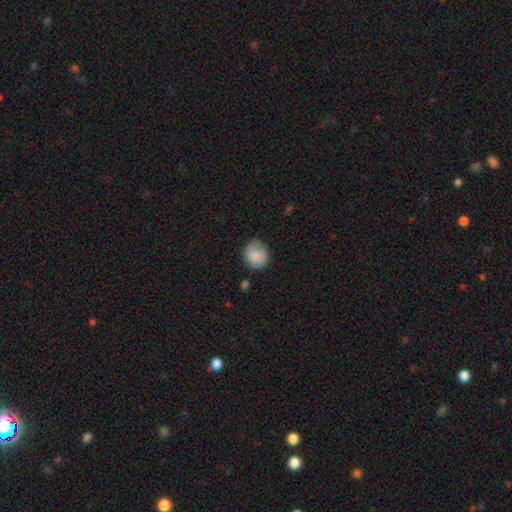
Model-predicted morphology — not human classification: Q: Smooth or featured?
A: smooth (81%); runner-up: featured or disk (12%)
Q: How rounded?
A: round (80%); runner-up: in between (19%)
Q: Merging?
A: none (67%); runner-up: minor disturbance (25%)